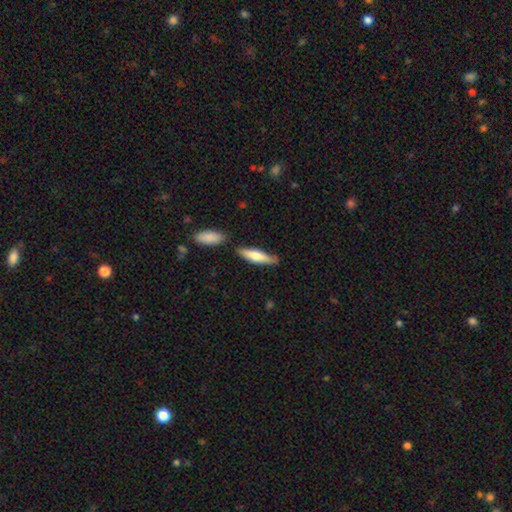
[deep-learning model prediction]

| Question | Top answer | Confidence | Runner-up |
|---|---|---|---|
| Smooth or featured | smooth | 64% | featured or disk (31%) |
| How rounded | cigar-shaped | 70% | in between (28%) |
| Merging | none | 76% | minor disturbance (14%) |